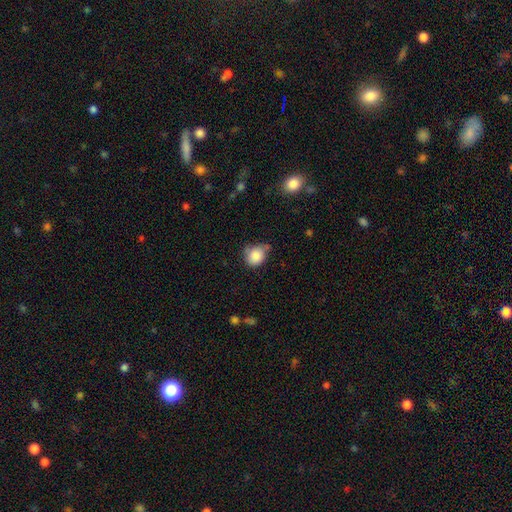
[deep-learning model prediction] This is clearly a smooth galaxy (85%). How rounded: likely round (73%). Merging: possibly none (47%).